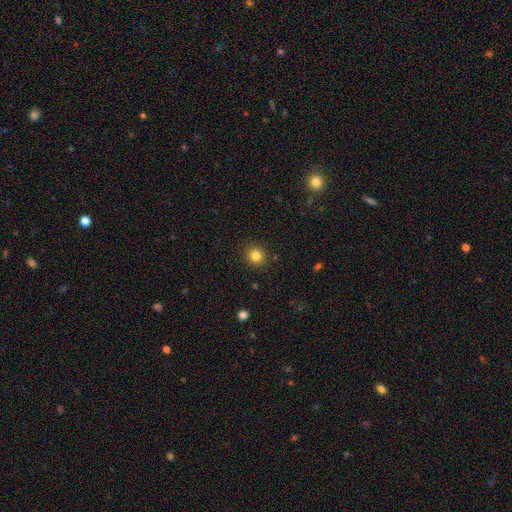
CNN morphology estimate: smooth_or_featured: smooth (p=0.82) [alt: star or artifact p=0.12]
how_rounded: round (p=0.88) [alt: in between p=0.11]
merging: none (p=0.90) [alt: minor disturbance p=0.06]